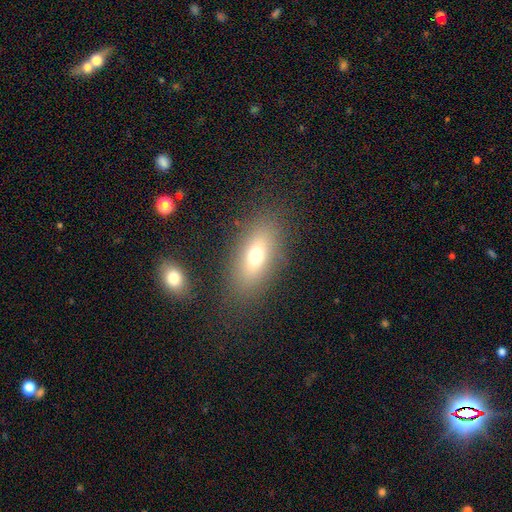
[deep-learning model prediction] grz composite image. It shows a smooth galaxy with no disk features (66%) that is in between round and cigar-shaped (79%). Merging: none (82%).